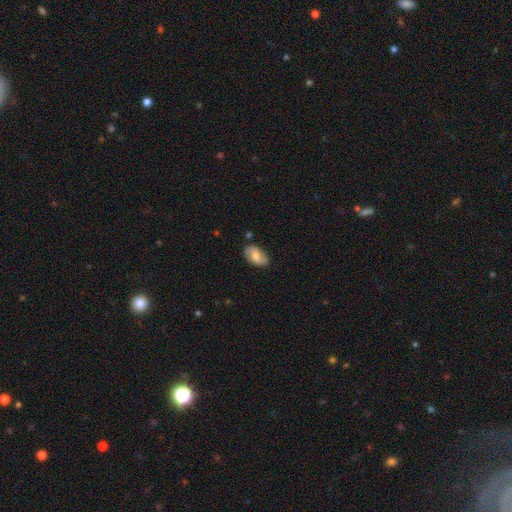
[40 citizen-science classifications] Morphology: type=smooth (55%); roundness=in between (100%); merging=none (92%).